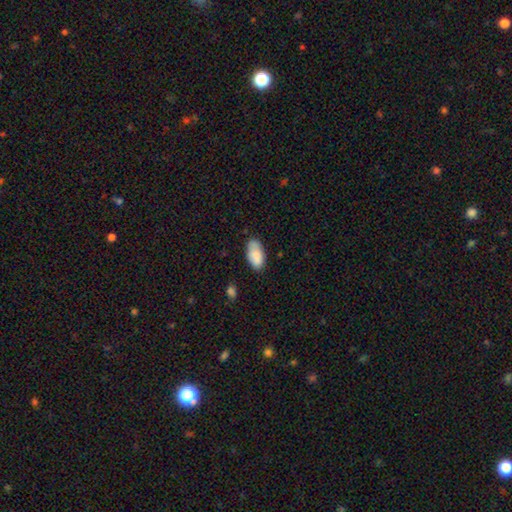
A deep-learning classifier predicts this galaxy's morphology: smooth 86%, featured or disk 8%, star or artifact 7%. Down the decision tree: how rounded — in between (93%); merging — none (72%).